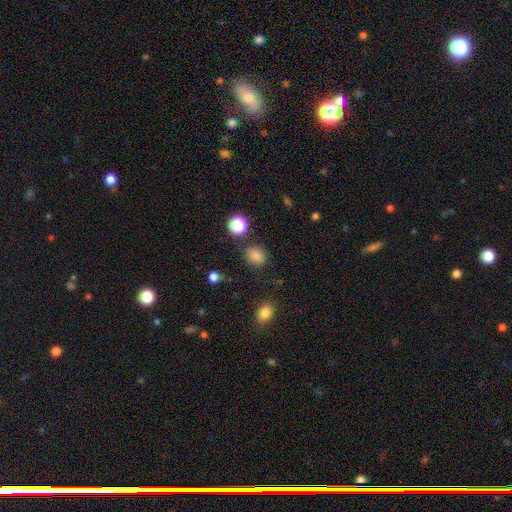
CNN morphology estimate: This is clearly a smooth galaxy (81%). How rounded: likely round (61%). Merging: likely none (79%).